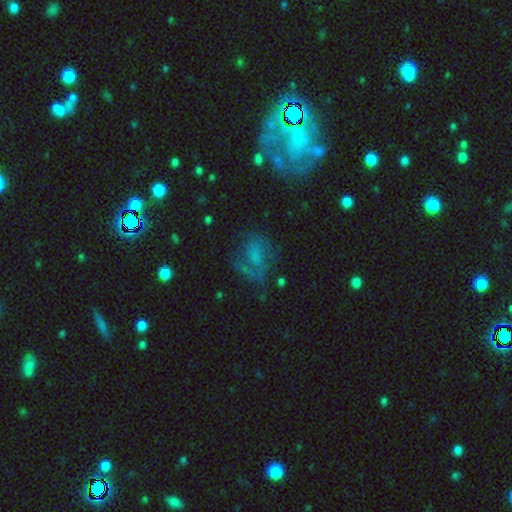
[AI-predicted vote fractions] Smooth or featured? Predicted: featured or disk (p=0.51). Edge-on disk? Predicted: no (p=0.97). Merging? Predicted: none (p=0.47).